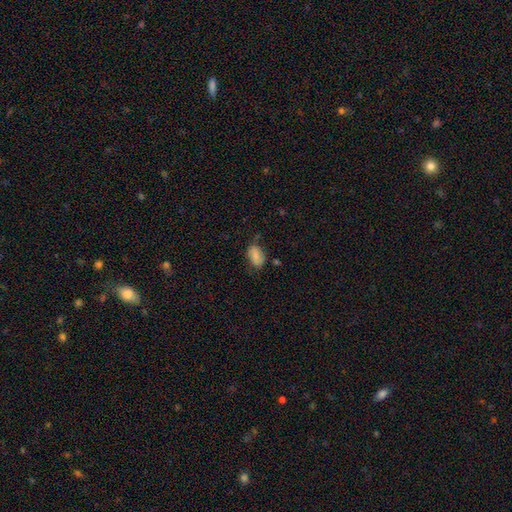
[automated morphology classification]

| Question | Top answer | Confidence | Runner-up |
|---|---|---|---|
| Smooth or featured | smooth | 78% | featured or disk (14%) |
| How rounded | in between | 88% | round (11%) |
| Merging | none | 66% | minor disturbance (25%) |